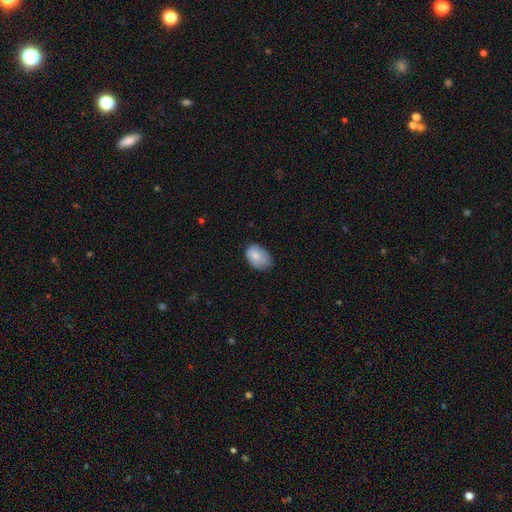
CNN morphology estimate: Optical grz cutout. It shows a smooth galaxy with no disk features (80%) that is in between round and cigar-shaped (83%). Merging: none (67%).